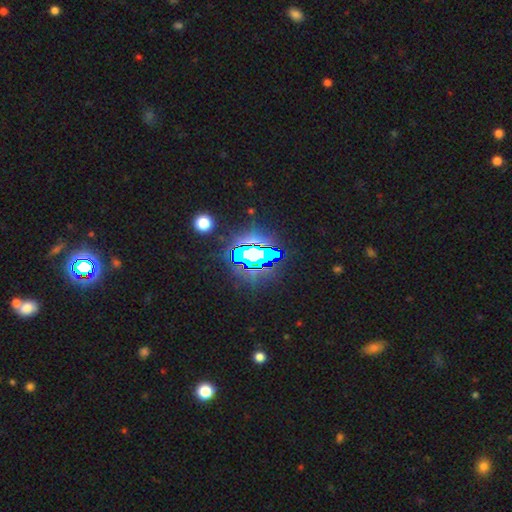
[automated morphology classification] Smooth or featured?
  - star or artifact: 78% *
  - smooth: 12%
  - featured or disk: 10%